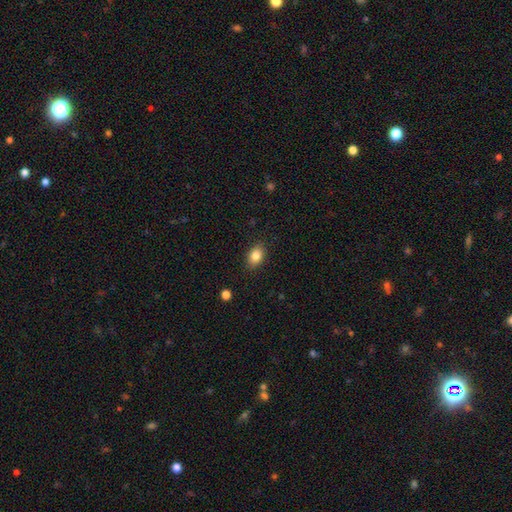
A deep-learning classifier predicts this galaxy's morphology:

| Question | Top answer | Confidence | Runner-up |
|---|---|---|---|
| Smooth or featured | smooth | 84% | star or artifact (9%) |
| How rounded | in between | 77% | round (21%) |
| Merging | none | 87% | minor disturbance (10%) |